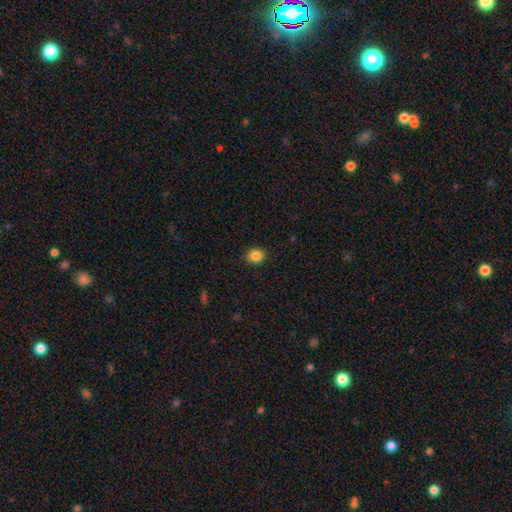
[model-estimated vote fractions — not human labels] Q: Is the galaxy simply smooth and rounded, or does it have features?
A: smooth — 86%.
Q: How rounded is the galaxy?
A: round — 71%.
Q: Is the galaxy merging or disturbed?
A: none — 90%.